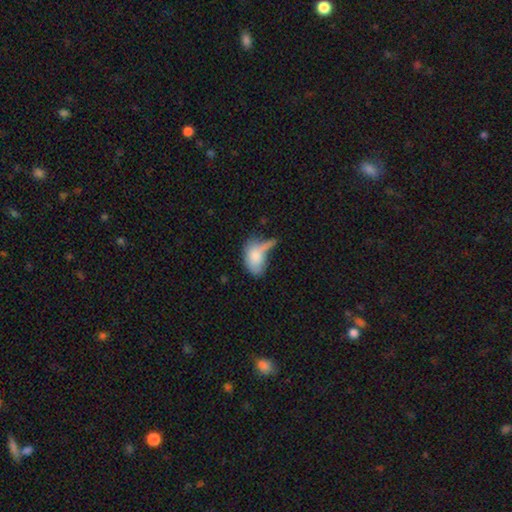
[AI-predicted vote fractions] Overall: smooth (75%). How rounded: in between (88%). Merging: none (28%; merger 25%).